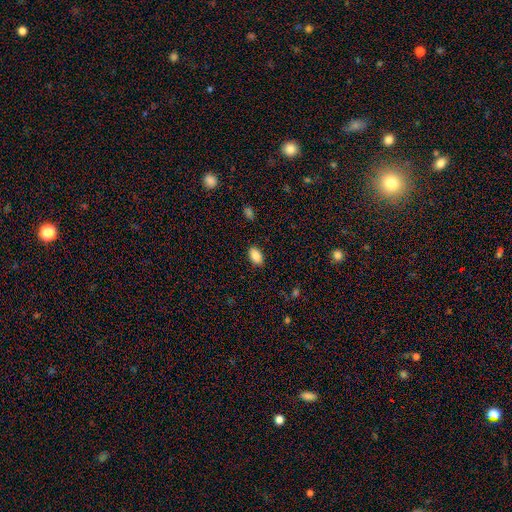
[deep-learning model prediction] Smooth or featured?
  - smooth: 88% *
  - star or artifact: 8%
  - featured or disk: 4%
How rounded?
  - in between: 92% *
  - round: 6%
  - cigar-shaped: 2%
Merging?
  - none: 88% *
  - minor disturbance: 9%
  - major disturbance: 2%
  - merger: 1%